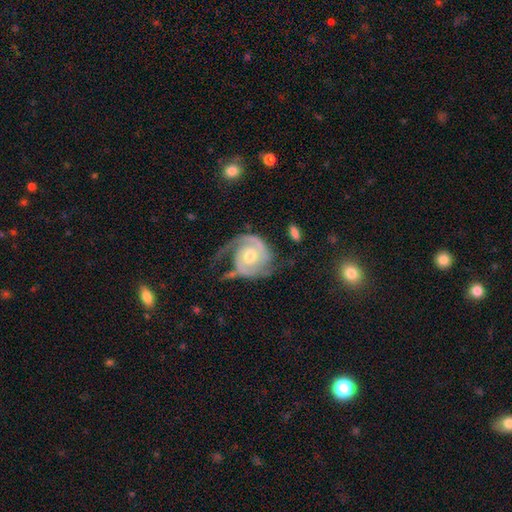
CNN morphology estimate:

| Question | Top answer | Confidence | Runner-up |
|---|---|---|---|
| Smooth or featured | featured or disk | 84% | star or artifact (8%) |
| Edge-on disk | no | 97% | yes (3%) |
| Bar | no | 68% | weak (23%) |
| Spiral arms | yes | 95% | no (5%) |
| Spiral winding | tight | 58% | medium (33%) |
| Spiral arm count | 2 | 44% | 3 (19%) |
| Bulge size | moderate | 60% | small (35%) |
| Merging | none | 63% | minor disturbance (19%) |